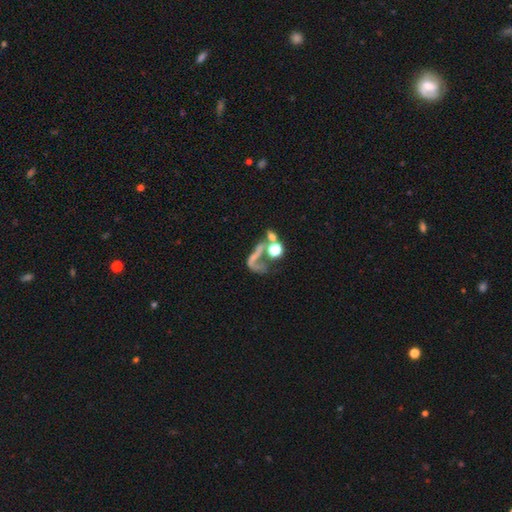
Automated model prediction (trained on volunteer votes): A featured or disk galaxy (42%). Merging: merger (34%).